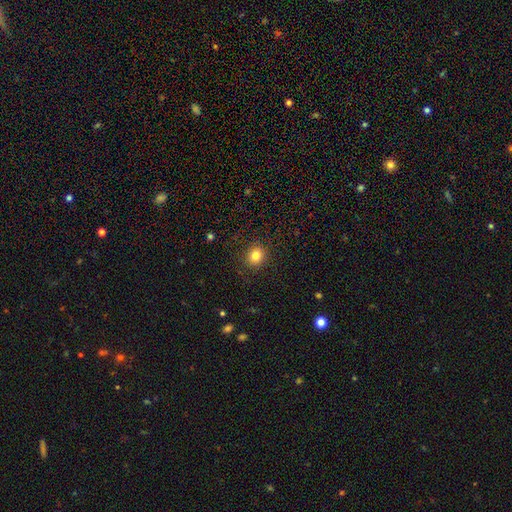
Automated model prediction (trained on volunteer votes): Smooth or featured?
  - smooth: 83% *
  - star or artifact: 11%
  - featured or disk: 6%
How rounded?
  - round: 73% *
  - in between: 26%
  - cigar-shaped: 1%
Merging?
  - none: 89% *
  - minor disturbance: 8%
  - major disturbance: 3%
  - merger: 1%